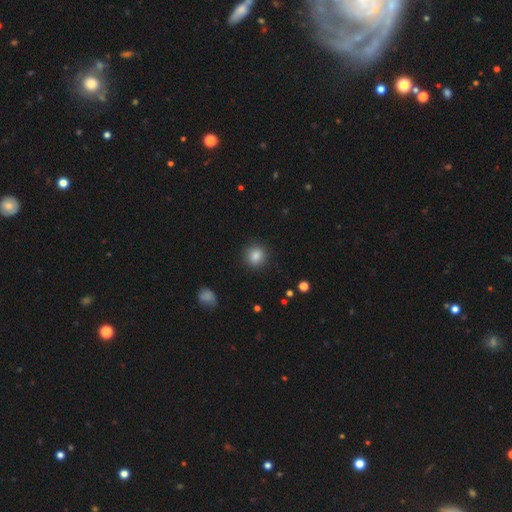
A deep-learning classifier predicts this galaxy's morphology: Smooth or featured: smooth — 85% (star or artifact — 10%)
How rounded: round — 89% (in between — 10%)
Merging: none — 90% (minor disturbance — 7%)